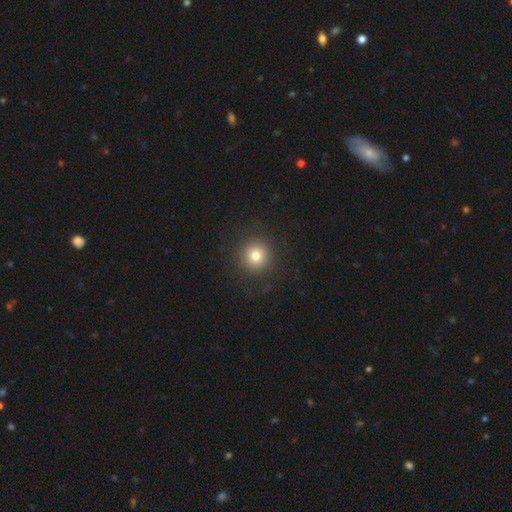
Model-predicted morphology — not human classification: Smooth or featured? smooth (79%)
How rounded? round (94%)
Merging? none (89%)